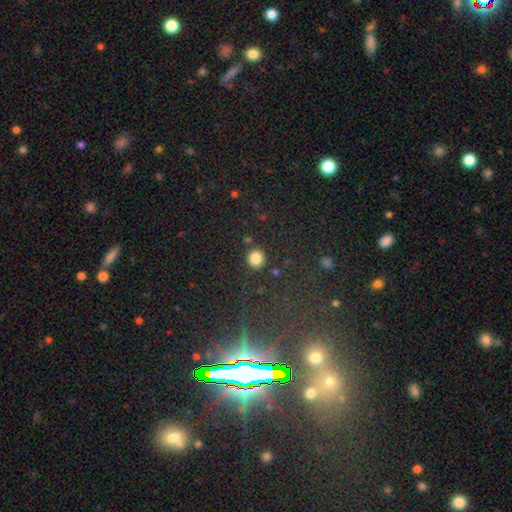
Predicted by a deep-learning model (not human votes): Q: Smooth or featured?
A: smooth (82%); runner-up: star or artifact (13%)
Q: How rounded?
A: round (91%); runner-up: in between (8%)
Q: Merging?
A: none (89%); runner-up: minor disturbance (6%)